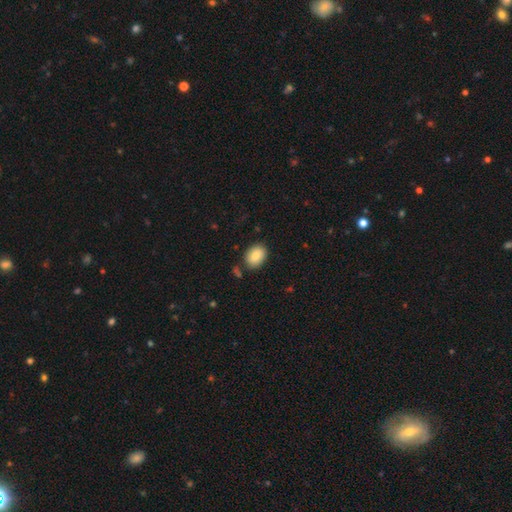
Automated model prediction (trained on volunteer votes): A smooth galaxy with no disk features (84%) that is in between round and cigar-shaped (75%). Merging: none (81%).